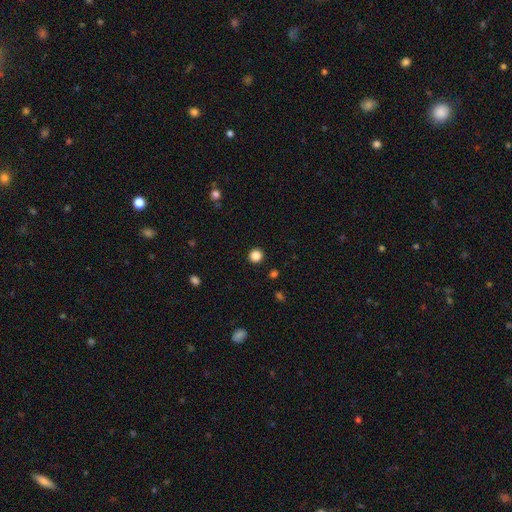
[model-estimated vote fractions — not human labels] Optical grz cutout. It shows a smooth galaxy with no disk features (86%) that is round (95%). Merging: none (93%).